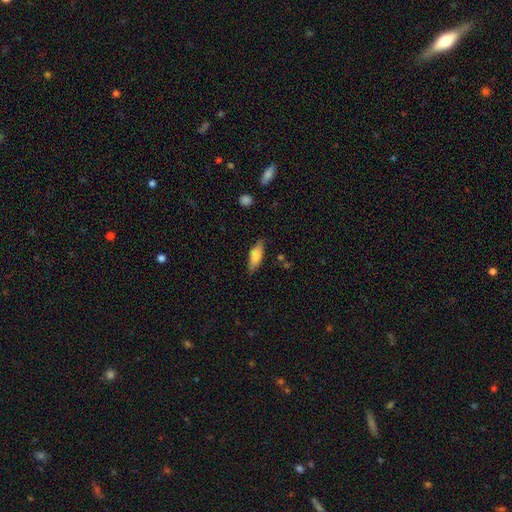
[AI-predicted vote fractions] smooth 74%, featured or disk 19%, star or artifact 6%. Down the decision tree: how rounded — in between (64%); merging — none (80%).